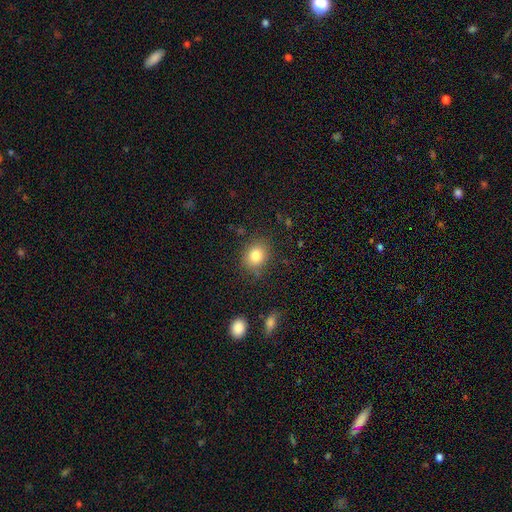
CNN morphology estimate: The model was most divided on "how rounded": round: 61%, in between: 38%, cigar-shaped: 1%. More confident: merging — none (82%); smooth or featured — smooth (82%).